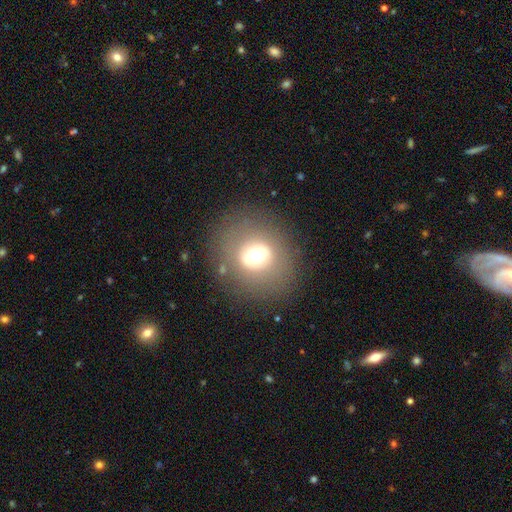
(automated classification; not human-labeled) Morphology: type=smooth (56%); roundness=round (78%); merging=none (81%).